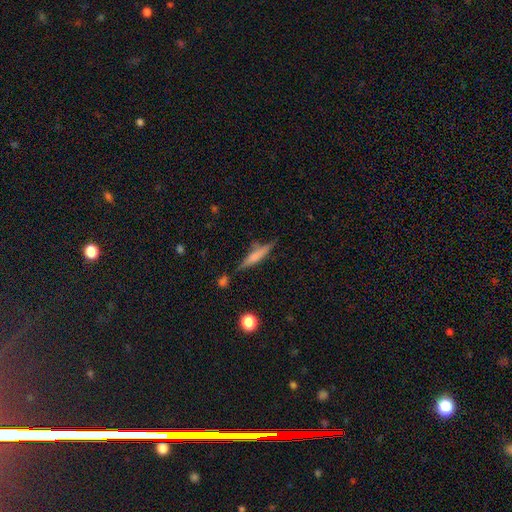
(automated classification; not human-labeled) Smooth or featured: smooth — 56% (featured or disk — 36%)
How rounded: cigar-shaped — 85% (in between — 13%)
Merging: none — 71% (minor disturbance — 18%)